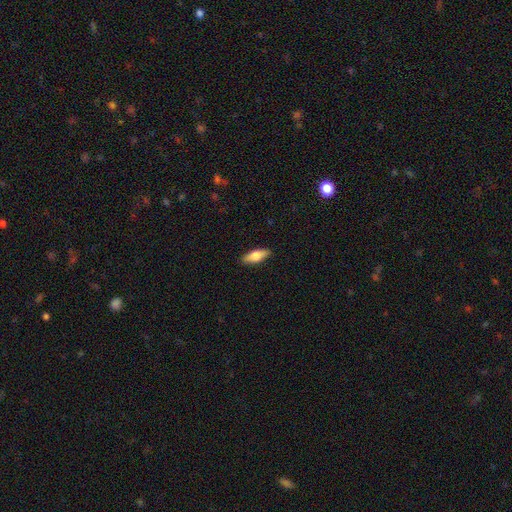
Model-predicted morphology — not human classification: smooth_or_featured: smooth (p=0.68) [alt: featured or disk p=0.26]
how_rounded: in between (p=0.71) [alt: cigar-shaped p=0.26]
merging: none (p=0.88) [alt: minor disturbance p=0.09]